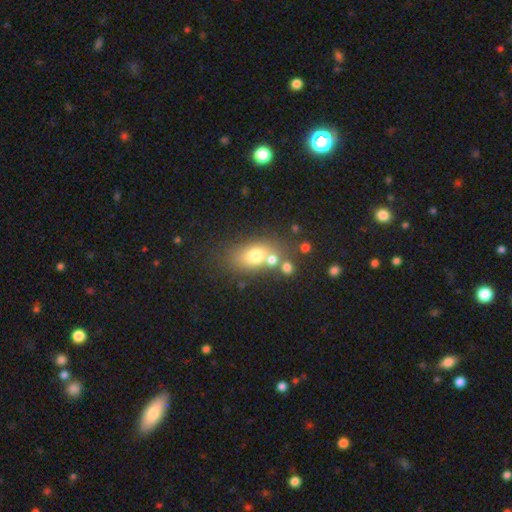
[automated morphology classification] Overall: smooth (70%). How rounded: in between (77%). Merging: none (50%; merger 29%).